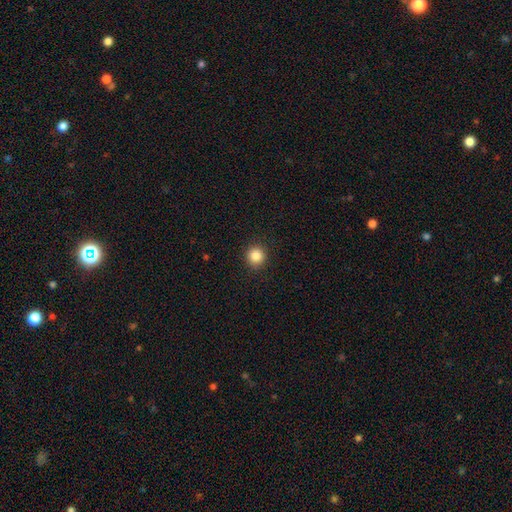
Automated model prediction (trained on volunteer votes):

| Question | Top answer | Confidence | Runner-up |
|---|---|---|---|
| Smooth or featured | smooth | 86% | star or artifact (11%) |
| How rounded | round | 94% | in between (6%) |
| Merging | none | 92% | minor disturbance (5%) |